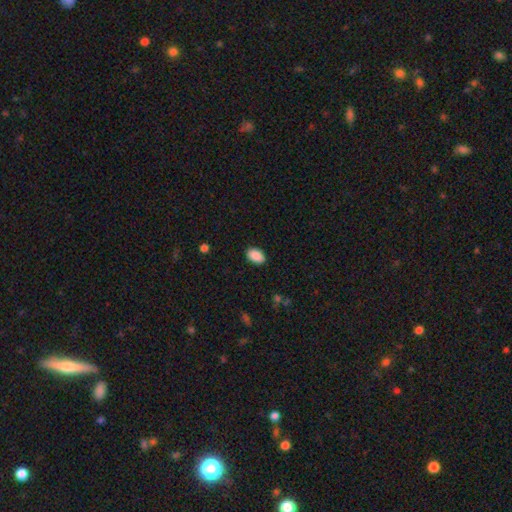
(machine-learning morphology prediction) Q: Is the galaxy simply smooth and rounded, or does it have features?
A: smooth — 90%.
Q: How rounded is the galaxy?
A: in between — 90%.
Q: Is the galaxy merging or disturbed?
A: none — 89%.